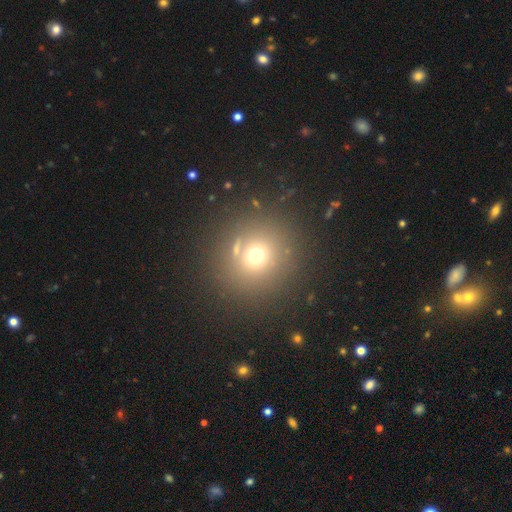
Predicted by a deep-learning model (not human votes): smooth-or-featured: smooth: 66% | star or artifact: 22% | featured or disk: 12%
  how-rounded: round: 91% | in between: 8% | cigar-shaped: 1%
  merging: none: 80% | minor disturbance: 8% | merger: 7% | major disturbance: 5%